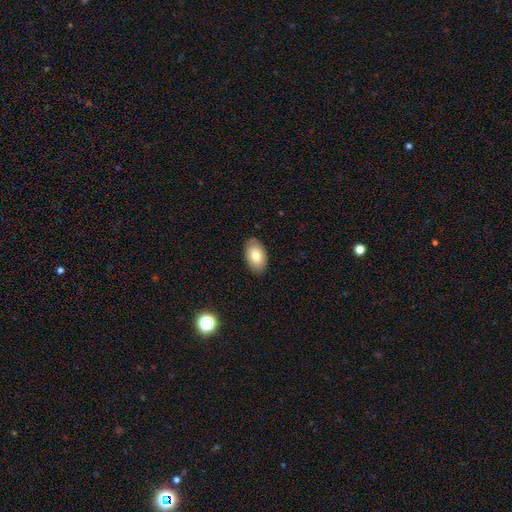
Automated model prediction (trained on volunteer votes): Smooth or featured? smooth (77%)
How rounded? in between (93%)
Merging? none (85%)